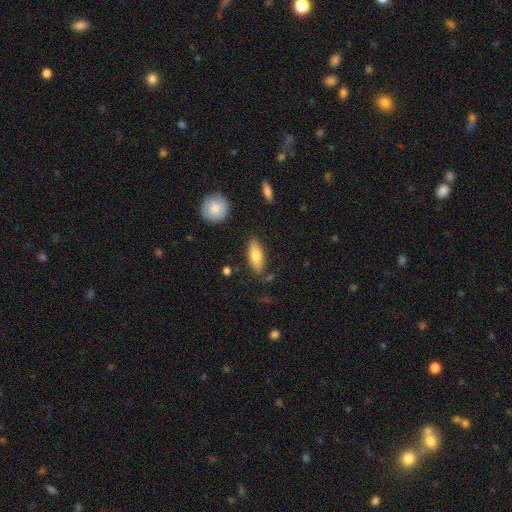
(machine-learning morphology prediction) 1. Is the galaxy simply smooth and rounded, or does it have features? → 72% smooth, 22% featured or disk, 6% star or artifact.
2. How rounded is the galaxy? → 64% in between, 33% cigar-shaped, 2% round.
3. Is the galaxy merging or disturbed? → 81% none, 13% minor disturbance, 3% merger, 3% major disturbance.